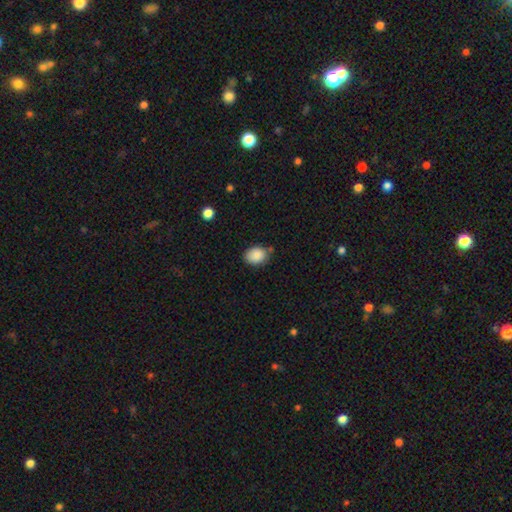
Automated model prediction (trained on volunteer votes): A smooth galaxy with no disk features (87%) that is in between round and cigar-shaped (66%).

Vote fractions:
- Smooth or featured? smooth: 87% / star or artifact: 8% / featured or disk: 5%
- How rounded? in between: 66% / round: 33% / cigar-shaped: 1%
- Merging? none: 71% / minor disturbance: 21% / merger: 5% / major disturbance: 4%